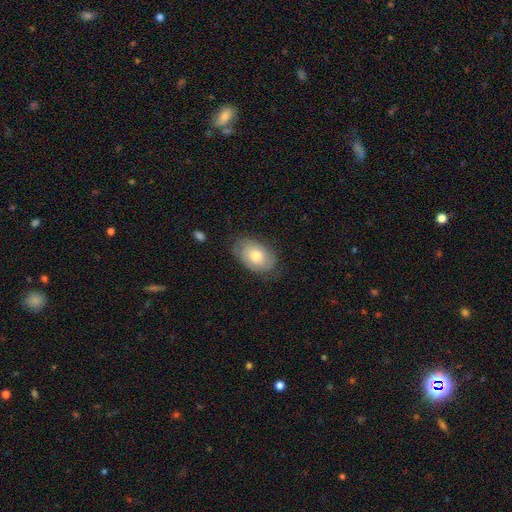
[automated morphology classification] type=smooth (65%); roundness=in between (87%); merging=none (74%).